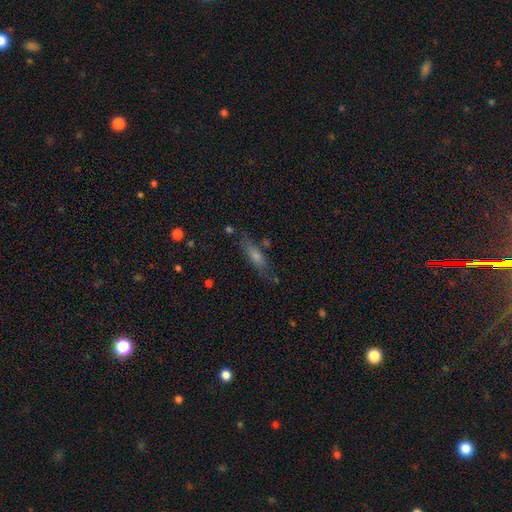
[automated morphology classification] A smooth galaxy with no disk features (48%). Merging: none (76%).